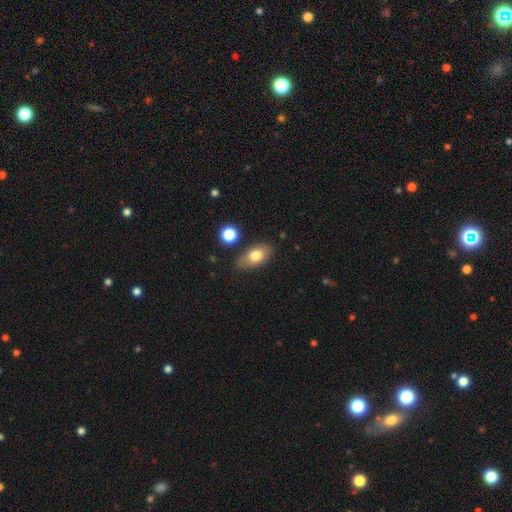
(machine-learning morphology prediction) type=smooth (76%); roundness=in between (88%); merging=none (76%).